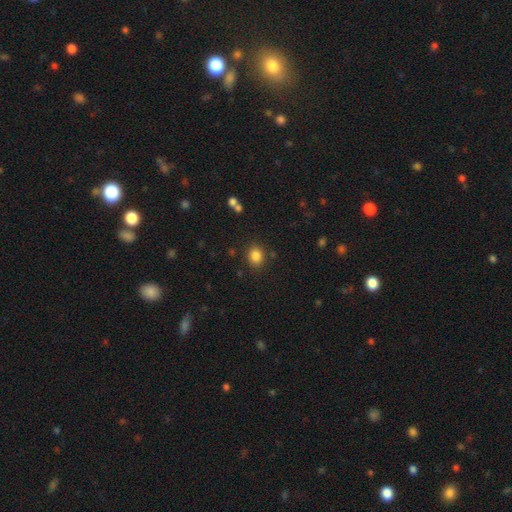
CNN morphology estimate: Smooth or featured? Predicted: smooth (p=0.84). How rounded? Predicted: round (p=0.59). Merging? Predicted: none (p=0.85).